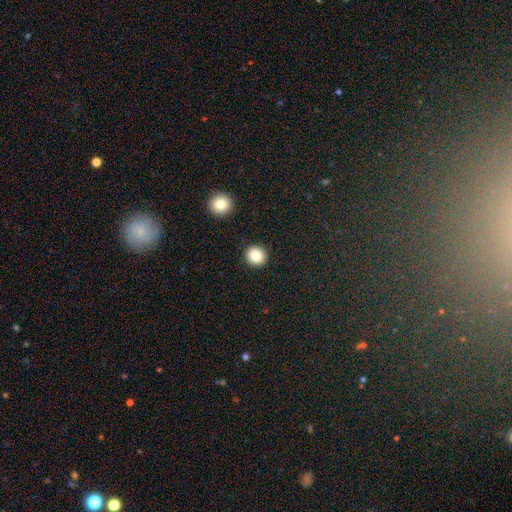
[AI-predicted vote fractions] Overall: smooth (84%). How rounded: round (92%). Merging: none (91%).